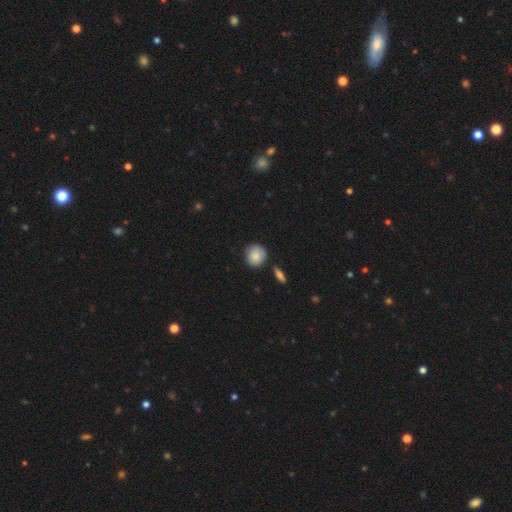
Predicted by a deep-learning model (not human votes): Smooth or featured? smooth (86%)
How rounded? round (88%)
Merging? none (79%)